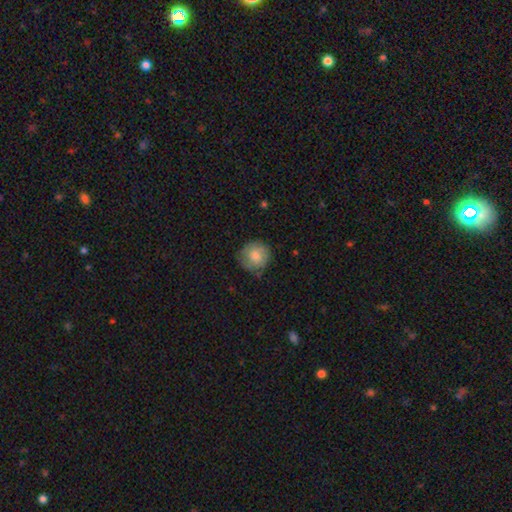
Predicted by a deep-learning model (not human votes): Q: Smooth or featured?
A: smooth (77%); runner-up: featured or disk (16%)
Q: How rounded?
A: round (91%); runner-up: in between (8%)
Q: Merging?
A: none (71%); runner-up: minor disturbance (22%)